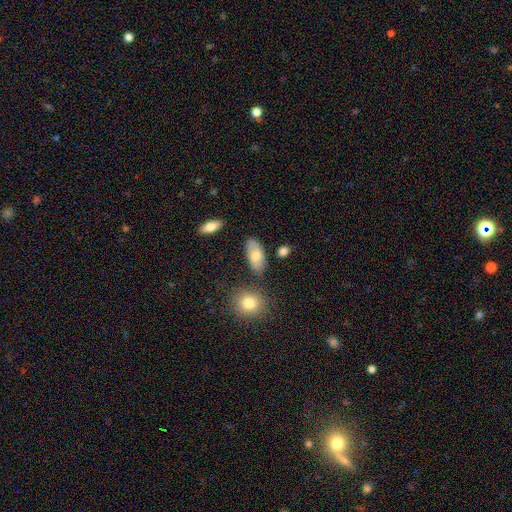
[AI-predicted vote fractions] The model was most divided on "smooth or featured": smooth: 70%, featured or disk: 23%, star or artifact: 7%. More confident: how rounded — in between (91%); merging — none (76%).